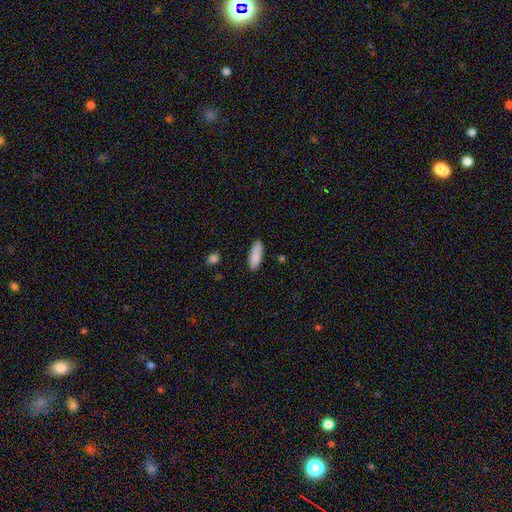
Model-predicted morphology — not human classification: Smooth or featured? Predicted: smooth (p=0.88). How rounded? Predicted: in between (p=0.67). Merging? Predicted: none (p=0.87).